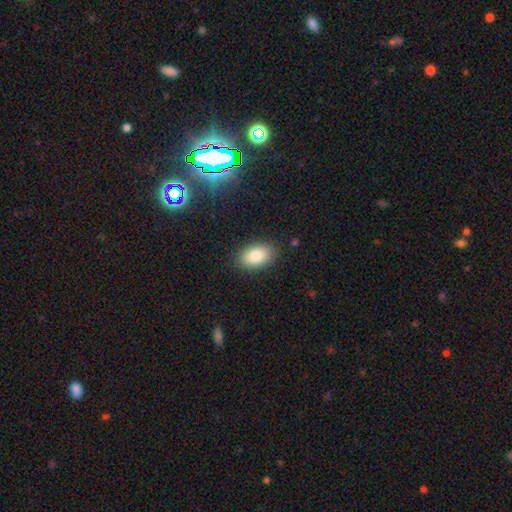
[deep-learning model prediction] smooth_or_featured: smooth (p=0.84) [alt: featured or disk p=0.08]
how_rounded: in between (p=0.91) [alt: round p=0.08]
merging: none (p=0.86) [alt: minor disturbance p=0.10]